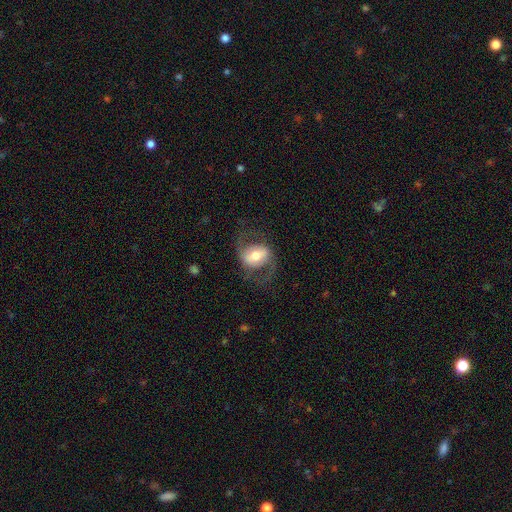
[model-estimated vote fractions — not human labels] featured or disk 67%, smooth 26%, star or artifact 7%. Down the decision tree: edge-on disk — no (96%); bar — weak (39%); spiral arms — yes (82%); spiral arm count — 2 (90%); spiral winding — medium (48%); bulge size — moderate (64%); merging — none (68%).